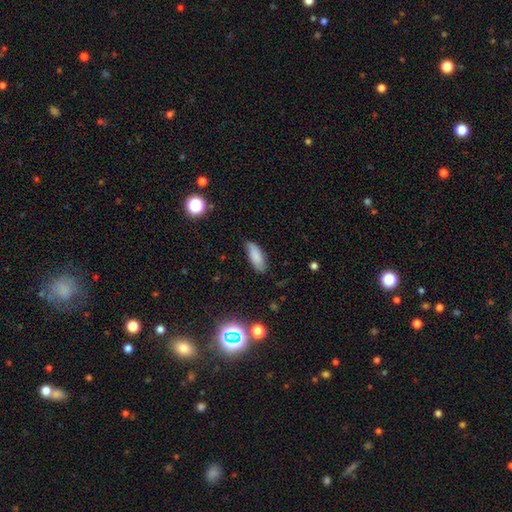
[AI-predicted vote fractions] smooth 82%, featured or disk 9%, star or artifact 9%. Down the decision tree: how rounded — in between (72%); merging — none (78%).